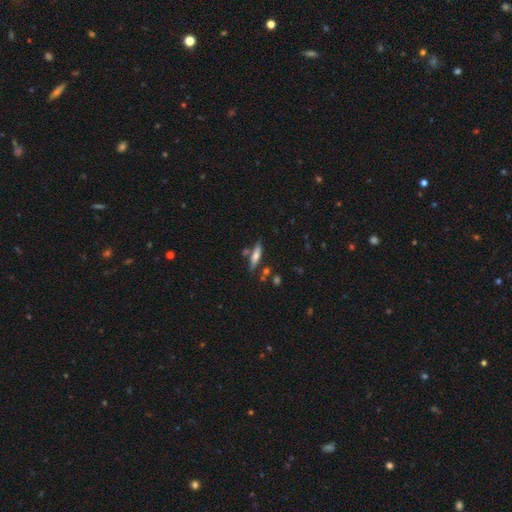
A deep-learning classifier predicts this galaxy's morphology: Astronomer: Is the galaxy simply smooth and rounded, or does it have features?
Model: smooth — 52% (runner-up: featured or disk, 40%).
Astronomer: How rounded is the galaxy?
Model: cigar-shaped — 72%.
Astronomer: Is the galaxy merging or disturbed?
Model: none — 72%.